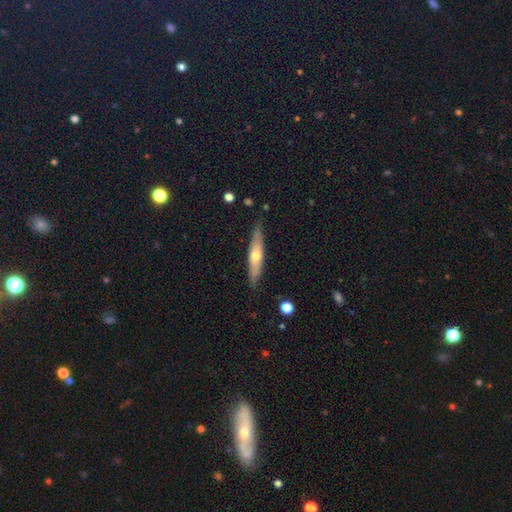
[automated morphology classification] featured or disk 52%, smooth 42%, star or artifact 6%. Down the decision tree: edge-on disk — yes (88%); merging — none (87%).